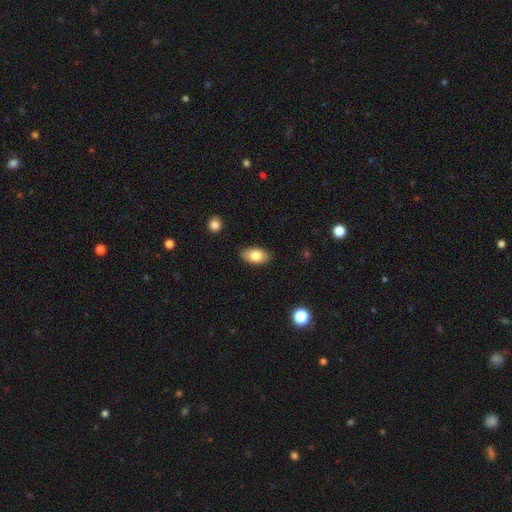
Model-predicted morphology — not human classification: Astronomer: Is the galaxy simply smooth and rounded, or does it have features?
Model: smooth — 80%.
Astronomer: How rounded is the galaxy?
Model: in between — 93%.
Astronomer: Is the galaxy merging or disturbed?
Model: none — 87%.